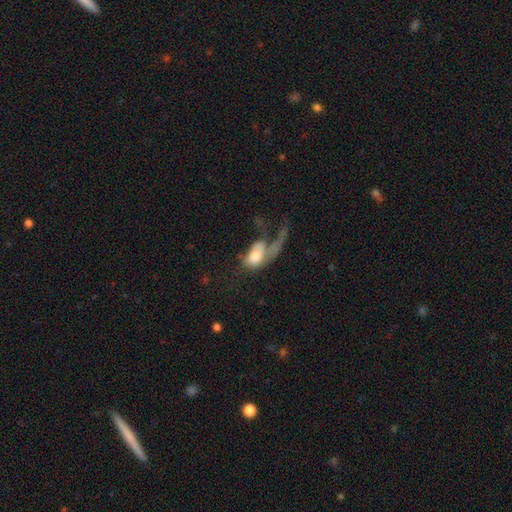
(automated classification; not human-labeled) Morphology: type=smooth (56%); roundness=in between (81%); merging=major disturbance (60%).